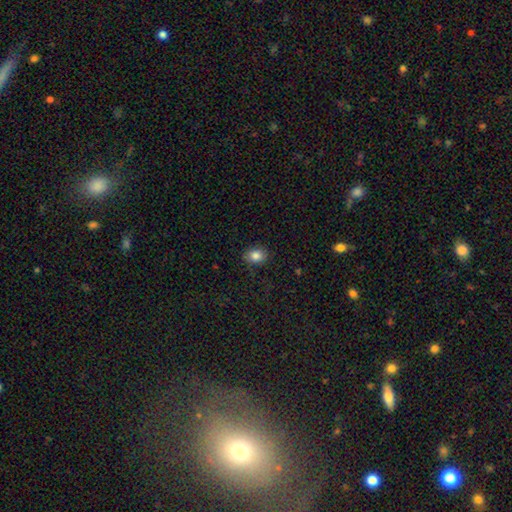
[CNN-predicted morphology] smooth_or_featured: smooth (p=0.84) [alt: star or artifact p=0.10]
how_rounded: in between (p=0.56) [alt: round p=0.43]
merging: none (p=0.84) [alt: minor disturbance p=0.12]